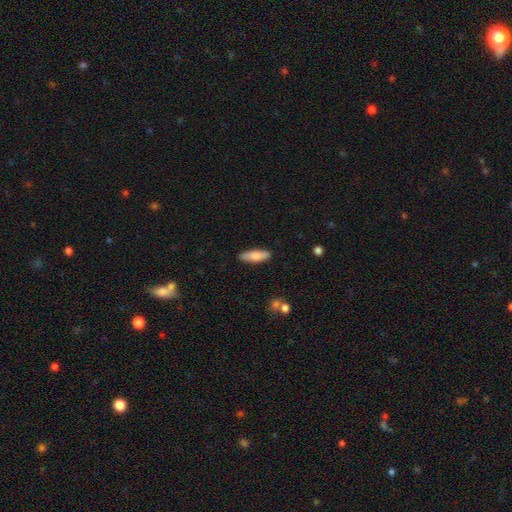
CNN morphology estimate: Overall: smooth (78%). How rounded: cigar-shaped (49%, tied with in between). Merging: none (86%).